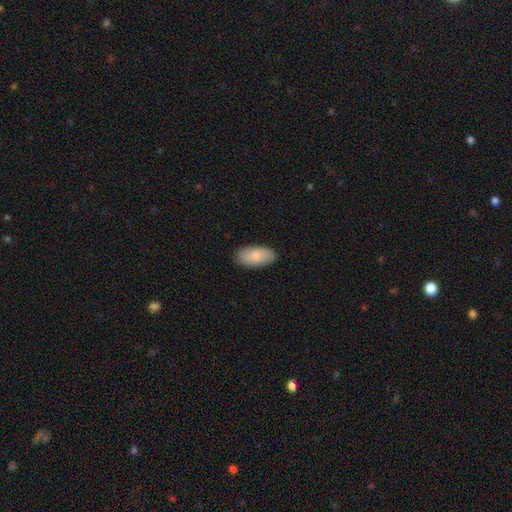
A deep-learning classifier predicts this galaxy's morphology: Smooth or featured: smooth — 84% (featured or disk — 11%)
How rounded: in between — 92% (cigar-shaped — 6%)
Merging: none — 87% (minor disturbance — 10%)